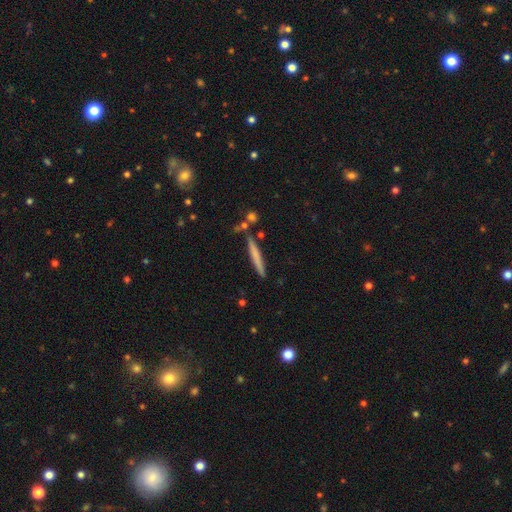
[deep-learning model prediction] Smooth or featured? Predicted: smooth (p=0.64). How rounded? Predicted: cigar-shaped (p=0.96). Merging? Predicted: none (p=0.84).